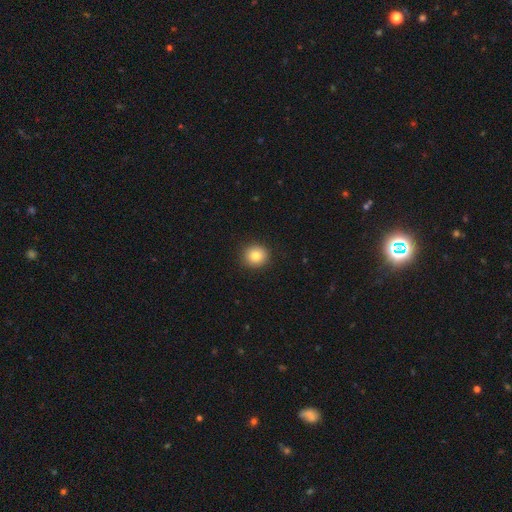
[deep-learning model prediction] Smooth or featured? smooth (83%)
How rounded? round (89%)
Merging? none (91%)